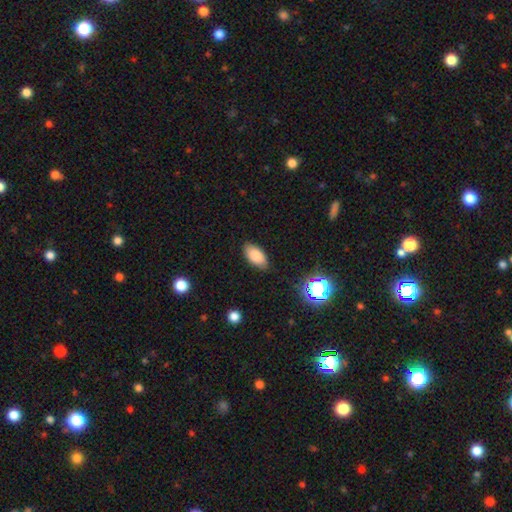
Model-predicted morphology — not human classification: smooth 84%, star or artifact 9%, featured or disk 7%. Down the decision tree: how rounded — in between (93%); merging — none (84%).